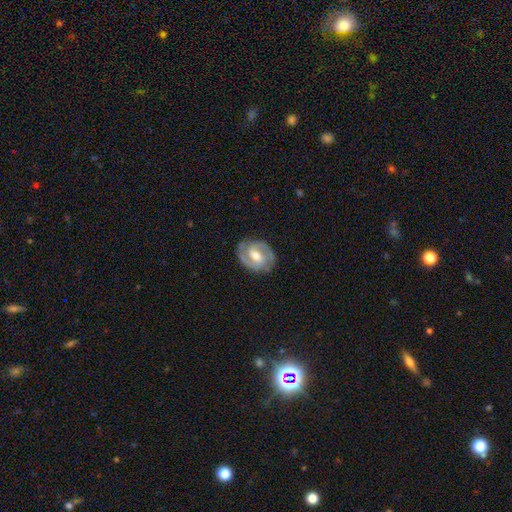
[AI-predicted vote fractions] This is clearly a featured or disk galaxy (84%). It is clearly not viewed edge-on (97%). Bar: possibly weak (49%). Spiral arm pattern: clearly yes (94%). Spiral arm count: clearly 2 (89%). Spiral winding: possibly tight (45%, tied with medium). Central bulge: likely moderate (69%). Merging: clearly none (84%).